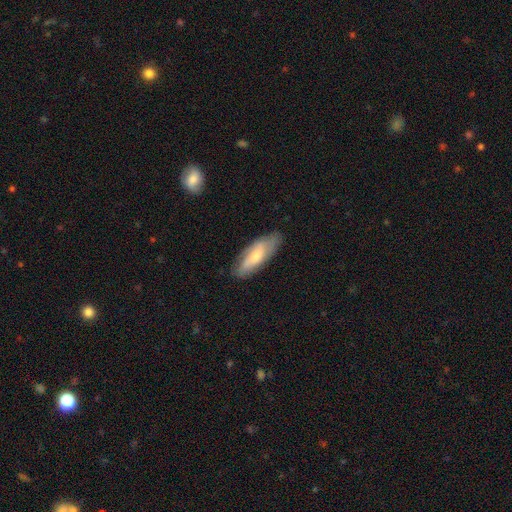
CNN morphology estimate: The model was most divided on "smooth or featured": smooth: 59%, featured or disk: 35%, star or artifact: 6%. More confident: merging — none (75%); how rounded — in between (62%).